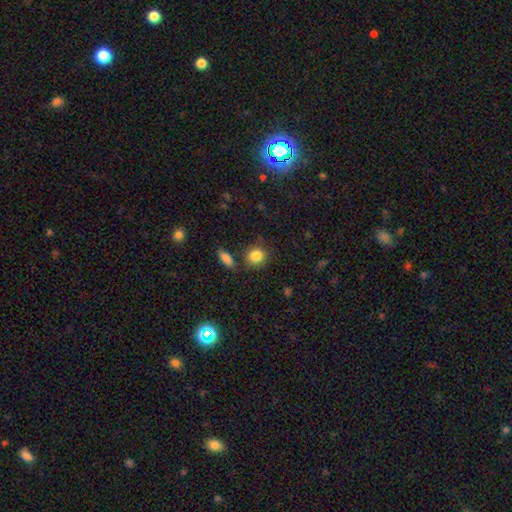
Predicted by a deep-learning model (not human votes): This appears to be a smooth galaxy with no disk features (85%) that is round (78%). Merging: none (78%).